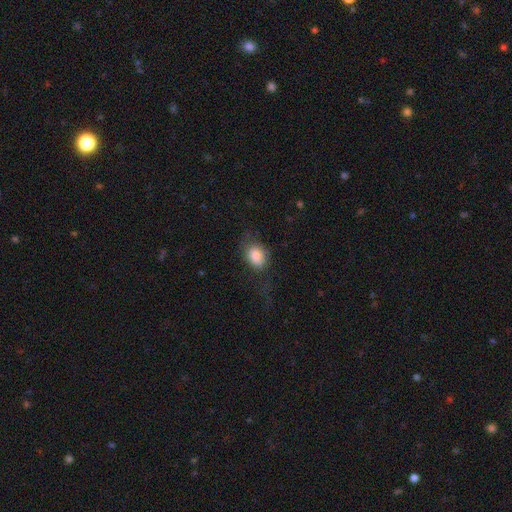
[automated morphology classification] Smooth or featured? smooth (84%)
How rounded? in between (65%)
Merging? none (55%)